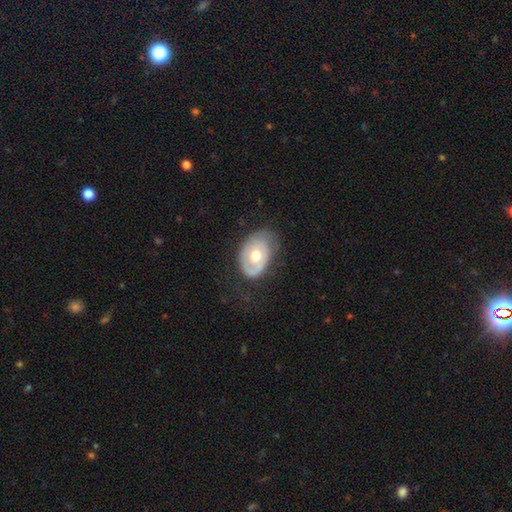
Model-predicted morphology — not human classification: smooth-or-featured: featured or disk: 50% | smooth: 44% | star or artifact: 6%
  merging: none: 55% | minor disturbance: 30% | major disturbance: 14% | merger: 1%